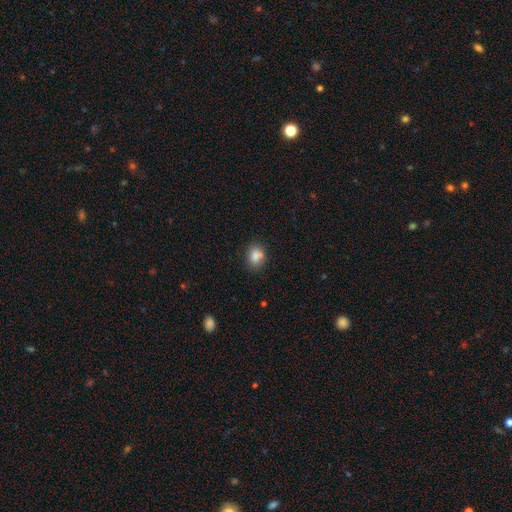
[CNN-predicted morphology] Smooth or featured?
  - smooth: 82% *
  - star or artifact: 10%
  - featured or disk: 8%
How rounded?
  - round: 51% *
  - in between: 48%
  - cigar-shaped: 1%
Merging?
  - none: 69% *
  - minor disturbance: 17%
  - merger: 10%
  - major disturbance: 4%